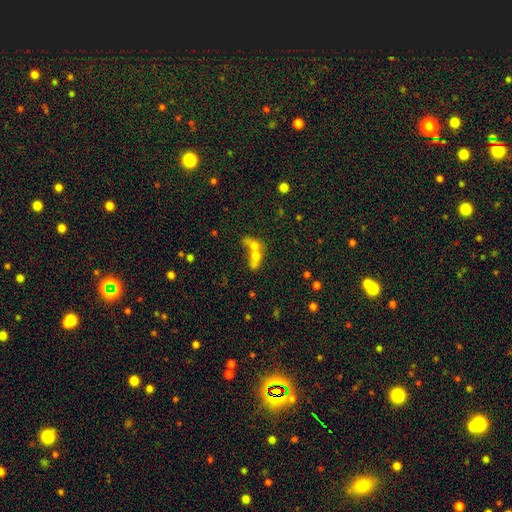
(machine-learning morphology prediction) This appears to be a smooth galaxy with no disk features (60%) that is in between round and cigar-shaped (54%). Merging: merger (74%).